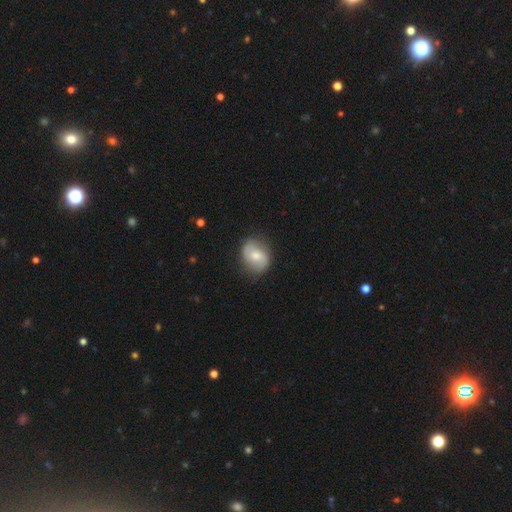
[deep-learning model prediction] Smooth or featured?
  - smooth: 49% *
  - featured or disk: 44%
  - star or artifact: 7%
Merging?
  - none: 77% *
  - minor disturbance: 17%
  - major disturbance: 5%
  - merger: 1%